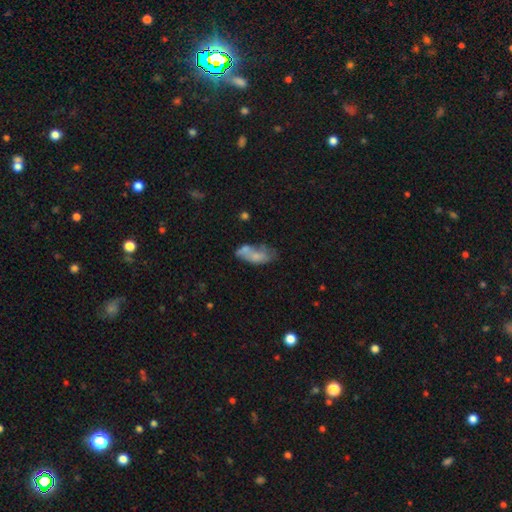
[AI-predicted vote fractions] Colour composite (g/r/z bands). It shows a smooth galaxy with no disk features (59%) that is in between round and cigar-shaped (85%). Merging: none (34%).